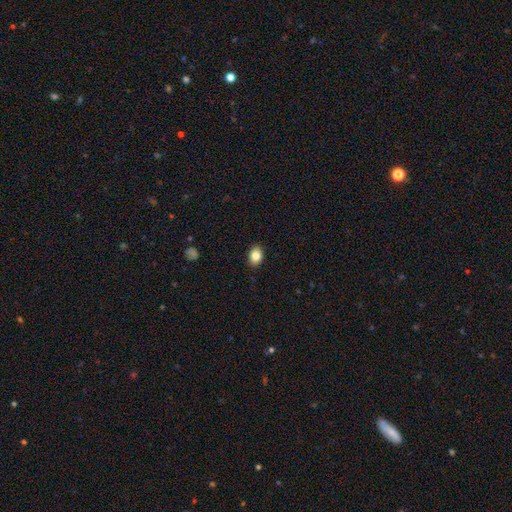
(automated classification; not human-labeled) smooth-or-featured: smooth: 84% | star or artifact: 9% | featured or disk: 7%
  how-rounded: in between: 73% | round: 26% | cigar-shaped: 1%
  merging: none: 89% | minor disturbance: 8% | major disturbance: 2% | merger: 1%